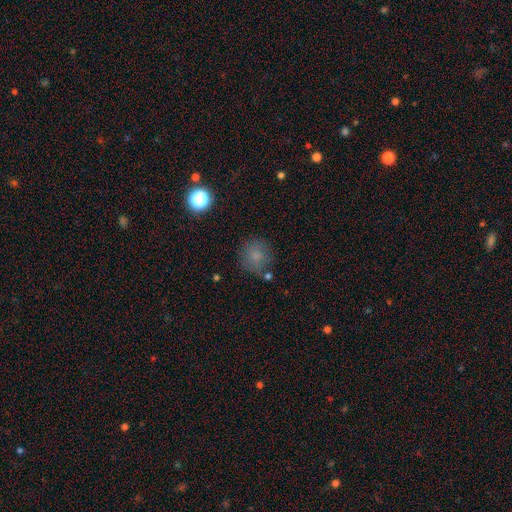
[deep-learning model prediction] smooth_or_featured: smooth (p=0.77) [alt: star or artifact p=0.13]
how_rounded: round (p=0.87) [alt: in between p=0.12]
merging: none (p=0.71) [alt: minor disturbance p=0.17]